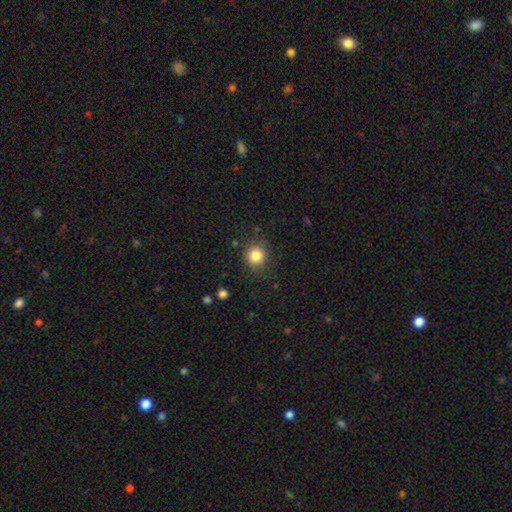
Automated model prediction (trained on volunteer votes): Smooth or featured? Predicted: smooth (p=0.84). How rounded? Predicted: round (p=0.87). Merging? Predicted: none (p=0.84).